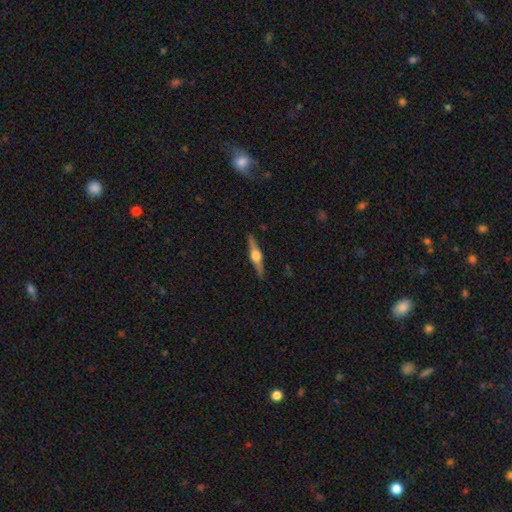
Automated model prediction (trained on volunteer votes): featured or disk 79%, smooth 16%, star or artifact 5%. Down the decision tree: edge-on disk — yes (98%); edge-on bulge — rounded (95%); merging — none (90%).